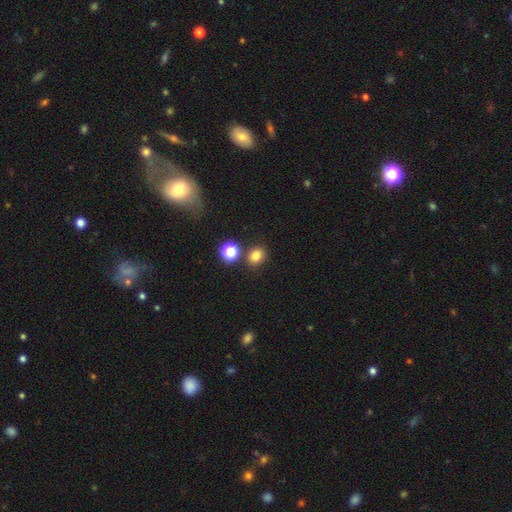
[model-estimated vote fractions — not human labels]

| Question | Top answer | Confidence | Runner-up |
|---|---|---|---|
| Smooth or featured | smooth | 79% | star or artifact (15%) |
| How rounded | round | 60% | in between (39%) |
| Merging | none | 79% | merger (10%) |